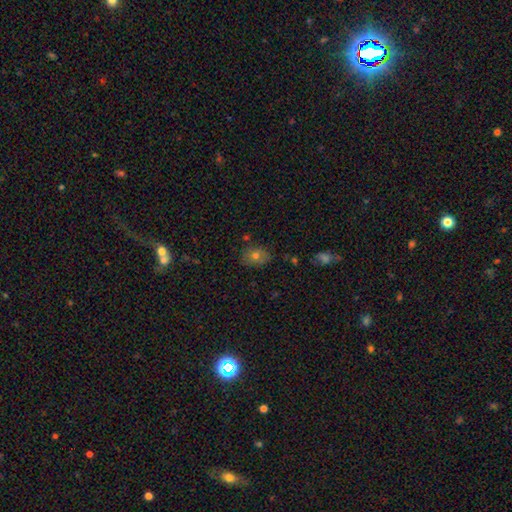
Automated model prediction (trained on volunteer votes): Morphology: type=smooth (71%); roundness=in between (55%); merging=none (77%).